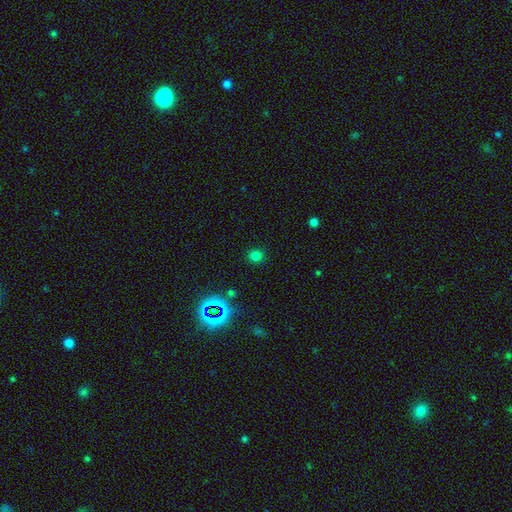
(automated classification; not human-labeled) This is likely a smooth galaxy (72%). How rounded: clearly round (89%). Merging: clearly none (89%).